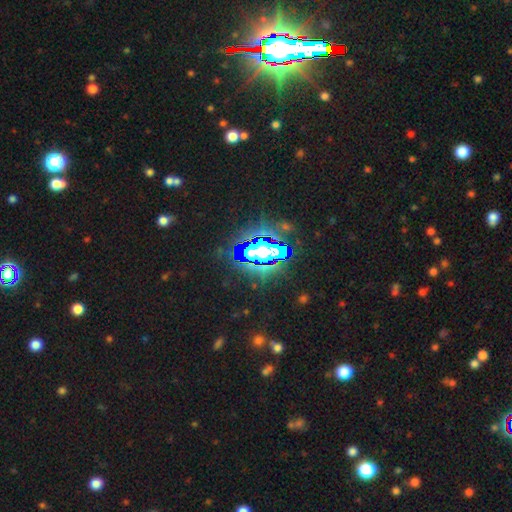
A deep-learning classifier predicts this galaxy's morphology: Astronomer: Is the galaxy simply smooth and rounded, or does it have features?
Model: star or artifact — 79%.